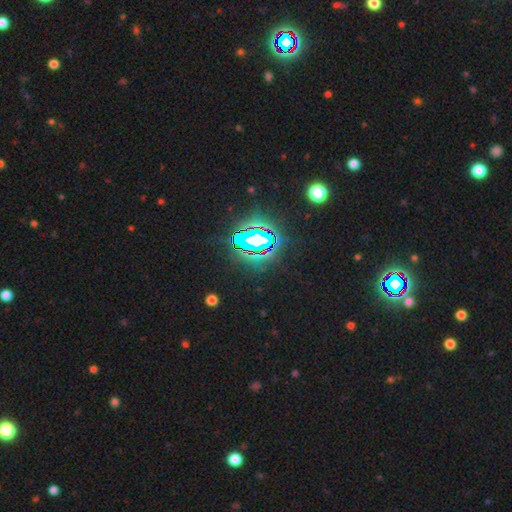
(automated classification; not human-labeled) This appears to be a star or artifact, not a galaxy (84%).